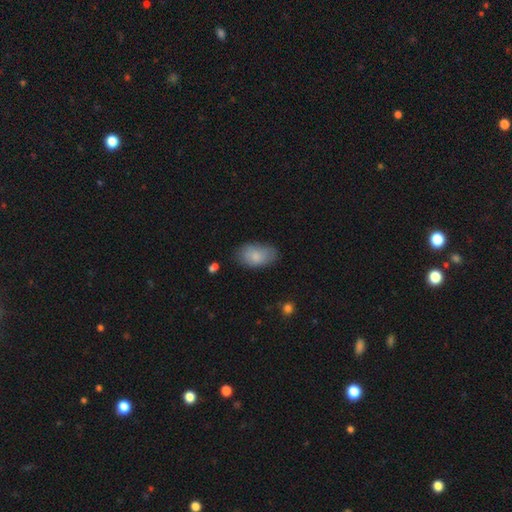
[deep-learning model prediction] A smooth galaxy with no disk features (82%) that is in between round and cigar-shaped (93%).

Vote fractions:
- Smooth or featured? smooth: 82% / featured or disk: 12% / star or artifact: 7%
- How rounded? in between: 93% / round: 6% / cigar-shaped: 1%
- Merging? none: 72% / minor disturbance: 21% / major disturbance: 5% / merger: 2%